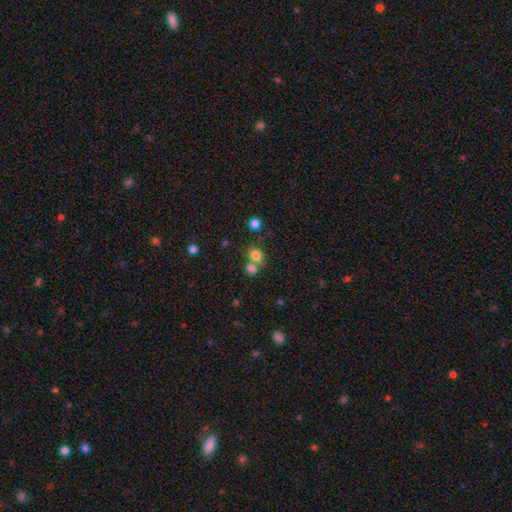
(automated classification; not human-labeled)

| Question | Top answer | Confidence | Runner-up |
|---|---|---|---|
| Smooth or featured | smooth | 78% | star or artifact (13%) |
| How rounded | round | 55% | in between (43%) |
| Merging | none | 45% | merger (41%) |